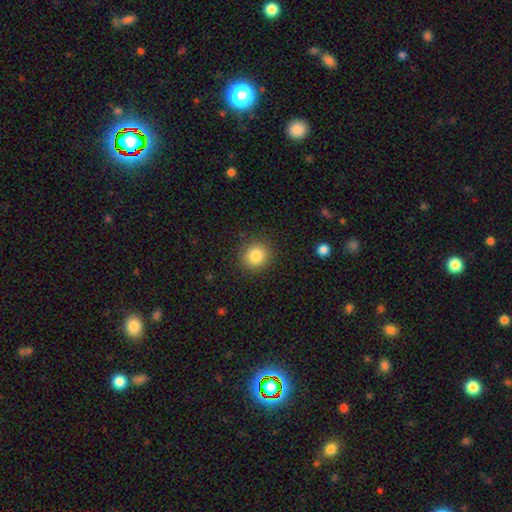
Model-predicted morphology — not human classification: Overall: smooth (84%). How rounded: round (88%). Merging: none (88%).